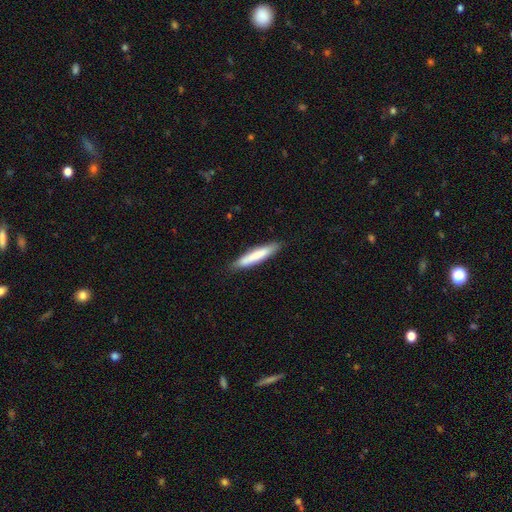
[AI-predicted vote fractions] Q: Smooth or featured?
A: smooth (76%); runner-up: featured or disk (19%)
Q: How rounded?
A: cigar-shaped (89%); runner-up: in between (9%)
Q: Merging?
A: none (86%); runner-up: minor disturbance (11%)